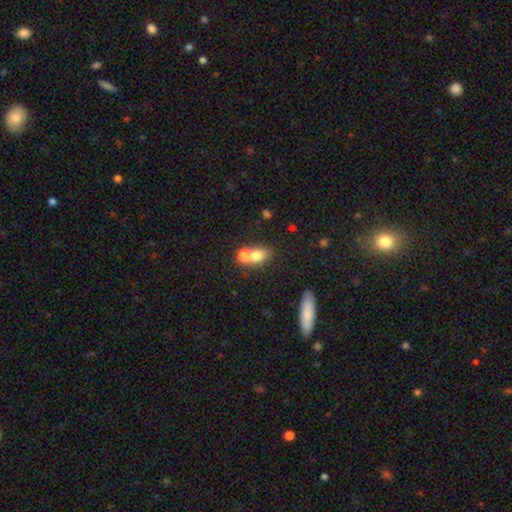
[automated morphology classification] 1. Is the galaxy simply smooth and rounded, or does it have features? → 73% smooth, 14% featured or disk, 12% star or artifact.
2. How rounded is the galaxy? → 56% in between, 41% round, 3% cigar-shaped.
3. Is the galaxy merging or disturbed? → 50% merger, 37% none, 9% minor disturbance, 4% major disturbance.